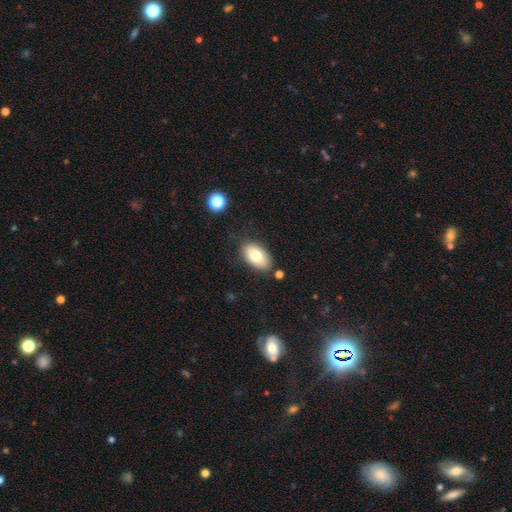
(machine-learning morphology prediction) type=smooth (77%); roundness=in between (93%); merging=none (79%).